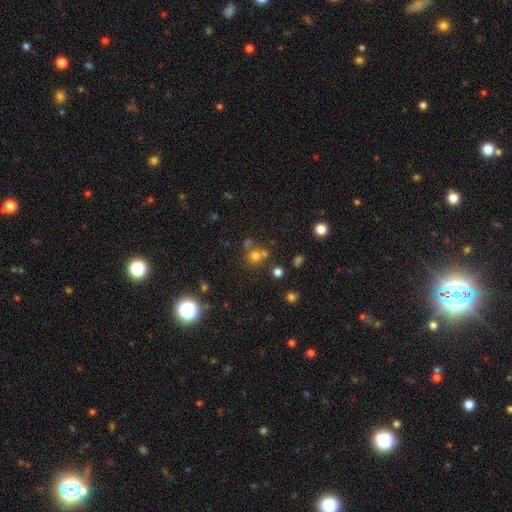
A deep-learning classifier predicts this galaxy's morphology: Q: Smooth or featured?
A: smooth (65%); runner-up: star or artifact (23%)
Q: How rounded?
A: round (87%); runner-up: in between (12%)
Q: Merging?
A: none (57%); runner-up: merger (30%)